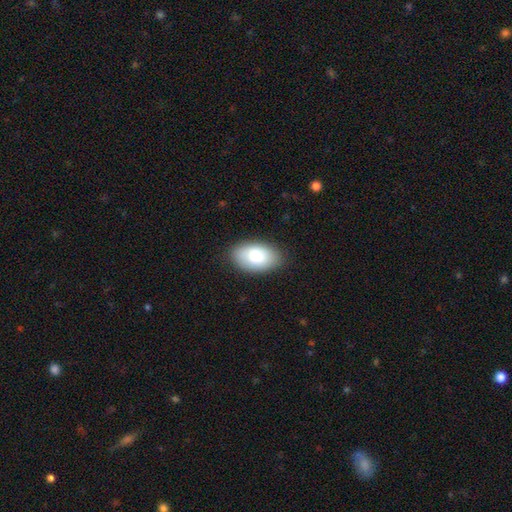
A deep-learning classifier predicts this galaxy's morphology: Smooth or featured? smooth (76%)
How rounded? in between (93%)
Merging? none (86%)